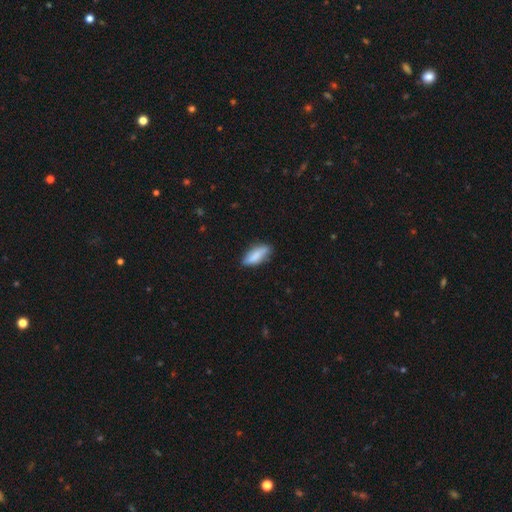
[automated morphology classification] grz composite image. It shows a smooth galaxy with no disk features (75%) that is in between round and cigar-shaped (58%). Merging: none (77%).